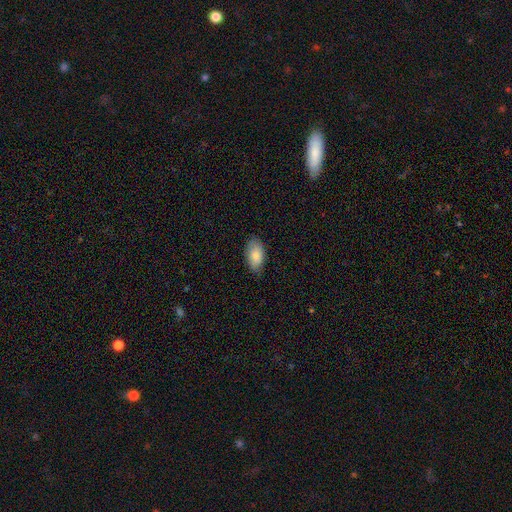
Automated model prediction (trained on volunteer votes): Q: Smooth or featured?
A: smooth (83%); runner-up: featured or disk (10%)
Q: How rounded?
A: in between (93%); runner-up: round (4%)
Q: Merging?
A: none (77%); runner-up: minor disturbance (19%)